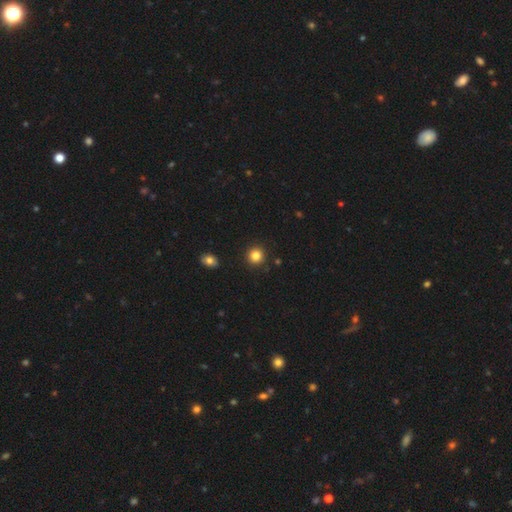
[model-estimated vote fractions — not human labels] Q: Smooth or featured?
A: smooth (84%); runner-up: star or artifact (11%)
Q: How rounded?
A: round (92%); runner-up: in between (7%)
Q: Merging?
A: none (91%); runner-up: minor disturbance (5%)